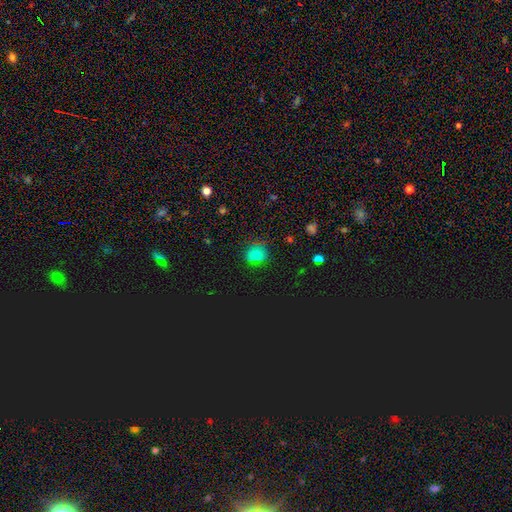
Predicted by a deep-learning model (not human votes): Smooth or featured: smooth — 67% (star or artifact — 25%)
How rounded: round — 78% (in between — 21%)
Merging: none — 75% (minor disturbance — 18%)